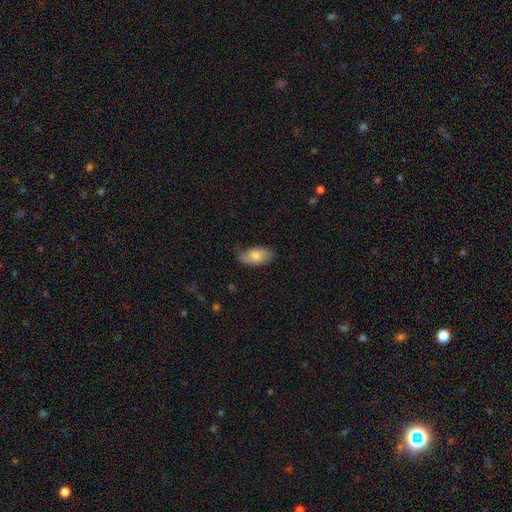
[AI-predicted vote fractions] This appears to be a smooth galaxy with no disk features (77%) that is in between round and cigar-shaped (94%). Merging: none (61%).